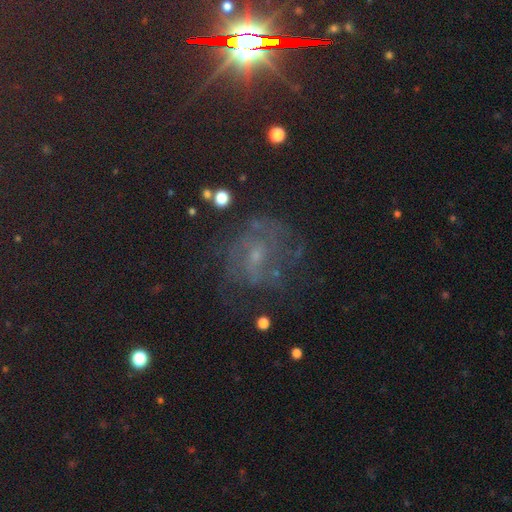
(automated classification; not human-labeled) Morphology: type=featured or disk (47%); merging=none (63%).